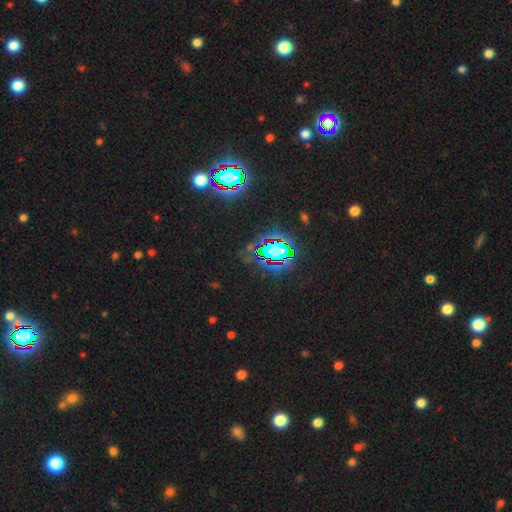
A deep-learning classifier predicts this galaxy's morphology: smooth-or-featured: star or artifact: 82% | smooth: 11% | featured or disk: 8%